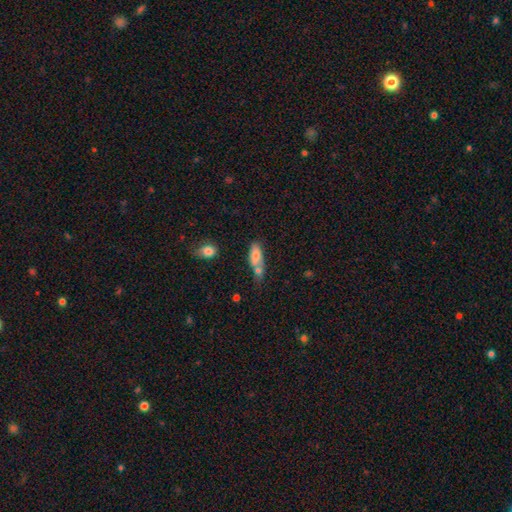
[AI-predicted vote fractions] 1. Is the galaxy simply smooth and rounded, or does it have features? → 73% smooth, 19% featured or disk, 8% star or artifact.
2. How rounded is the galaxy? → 73% in between, 24% cigar-shaped, 3% round.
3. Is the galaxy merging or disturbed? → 37% none, 36% merger, 19% minor disturbance, 8% major disturbance.